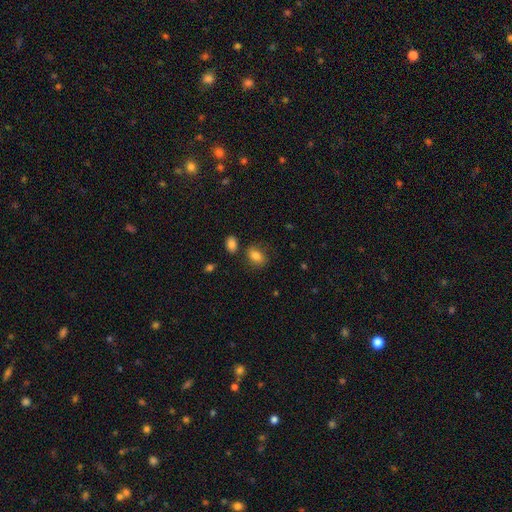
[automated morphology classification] Smooth or featured? smooth (83%)
How rounded? in between (72%)
Merging? none (74%)